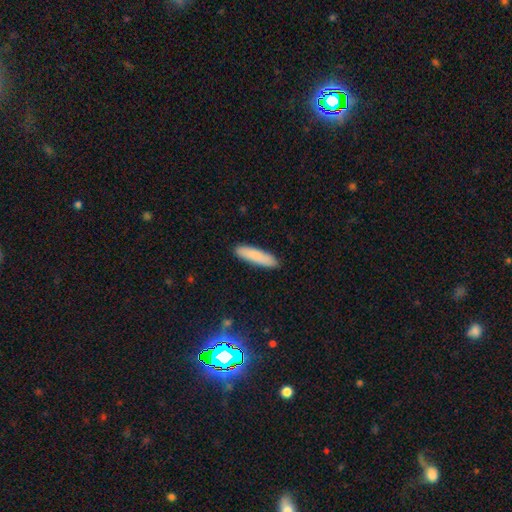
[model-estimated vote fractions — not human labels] Smooth or featured? smooth (85%)
How rounded? cigar-shaped (77%)
Merging? none (90%)